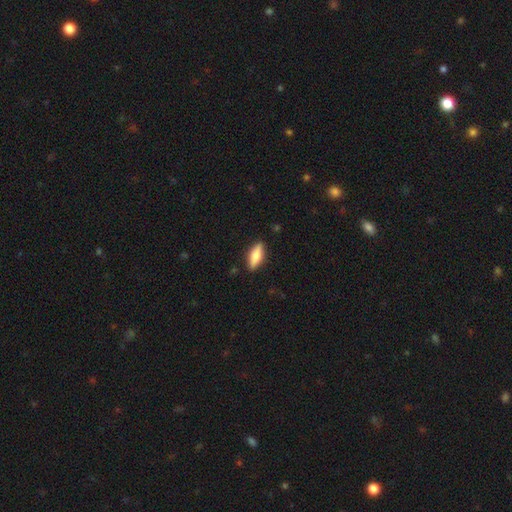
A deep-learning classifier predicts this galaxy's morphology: Overall: smooth (64%; featured or disk 29%). How rounded: in between (62%; cigar-shaped 36%). Merging: none (88%).